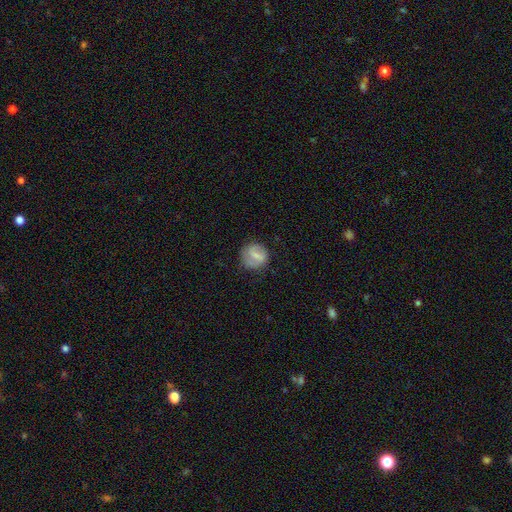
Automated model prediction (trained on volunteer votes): This appears to be a smooth galaxy with no disk features (52%) that is round (84%). Merging: none (74%).